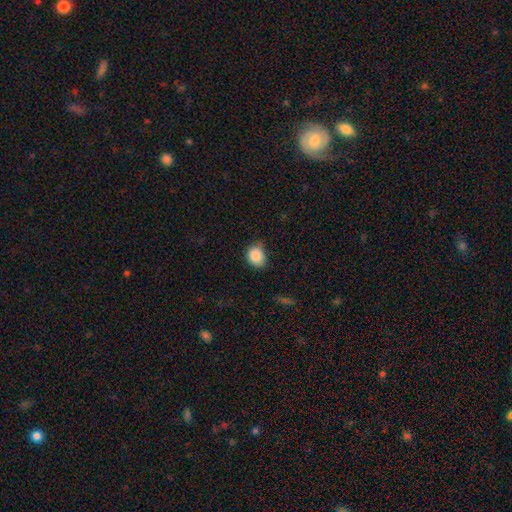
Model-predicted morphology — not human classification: type=smooth (85%); roundness=round (65%); merging=none (55%).